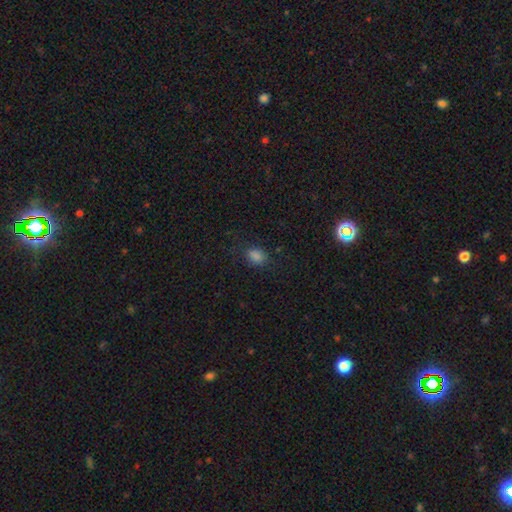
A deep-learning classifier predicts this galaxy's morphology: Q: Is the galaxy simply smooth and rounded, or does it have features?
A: smooth — 78%.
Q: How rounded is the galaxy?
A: in between — 67%.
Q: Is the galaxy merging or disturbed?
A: none — 79%.